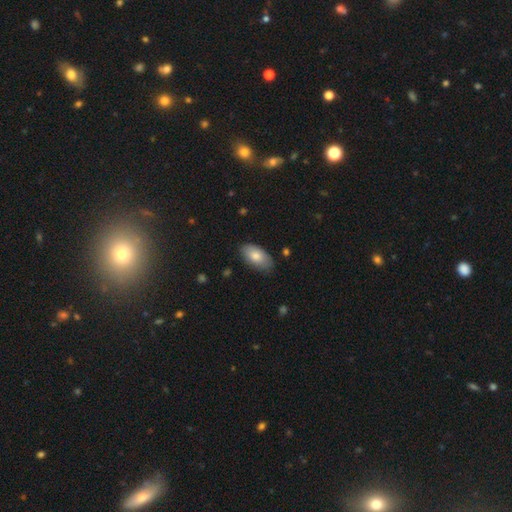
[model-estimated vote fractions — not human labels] This appears to be a smooth galaxy with no disk features (80%) that is in between round and cigar-shaped (94%). Merging: none (80%).